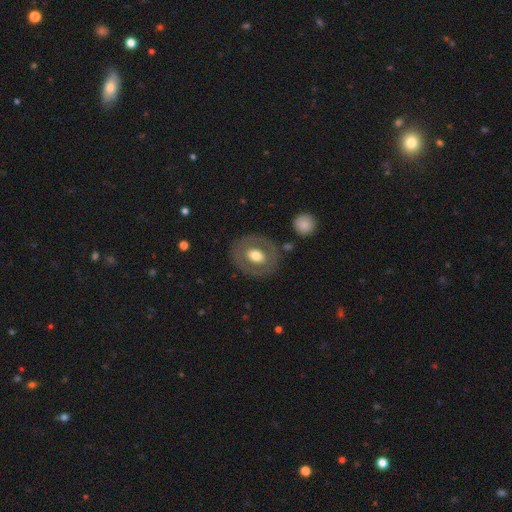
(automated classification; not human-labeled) smooth_or_featured: smooth (p=0.50) [alt: featured or disk p=0.44]
how_rounded: in between (p=0.50) [alt: round p=0.49]
merging: none (p=0.80) [alt: minor disturbance p=0.11]